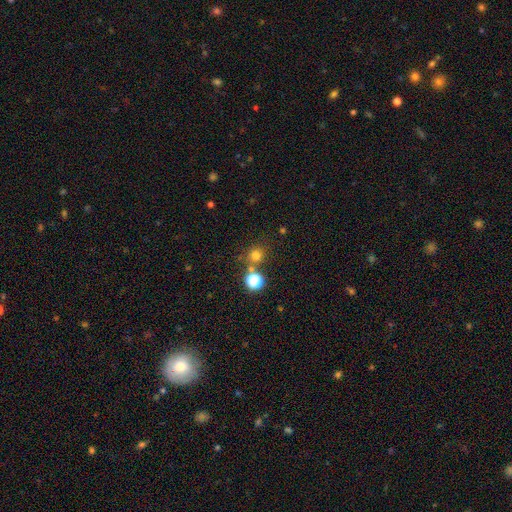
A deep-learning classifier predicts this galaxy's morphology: Q: Smooth or featured?
A: smooth (73%); runner-up: star or artifact (21%)
Q: How rounded?
A: round (92%); runner-up: in between (7%)
Q: Merging?
A: none (75%); runner-up: merger (14%)